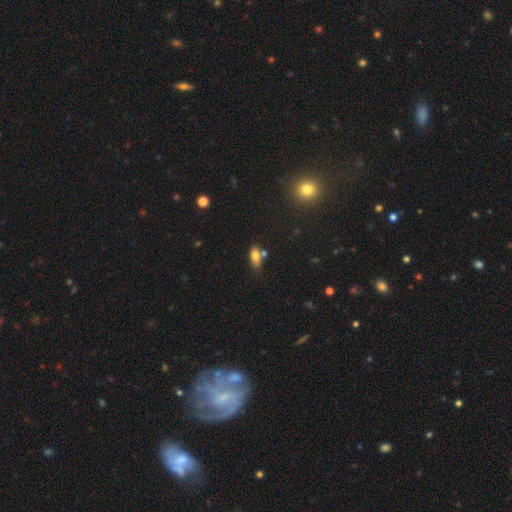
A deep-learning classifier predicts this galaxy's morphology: Overall: smooth (73%). How rounded: in between (84%). Merging: none (53%; merger 21%).